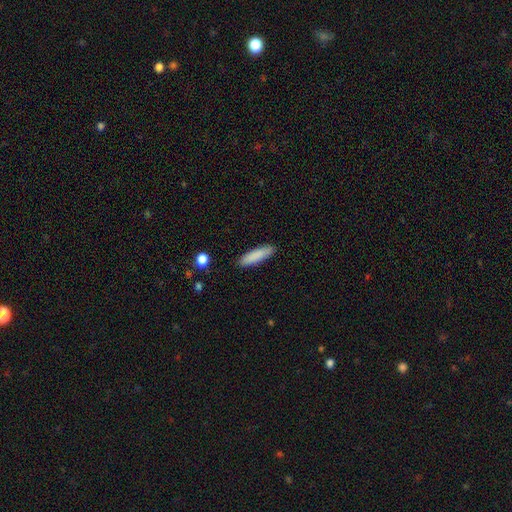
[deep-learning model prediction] The model was most divided on "how rounded": cigar-shaped: 75%, in between: 24%, round: 1%. More confident: merging — none (89%); smooth or featured — smooth (86%).